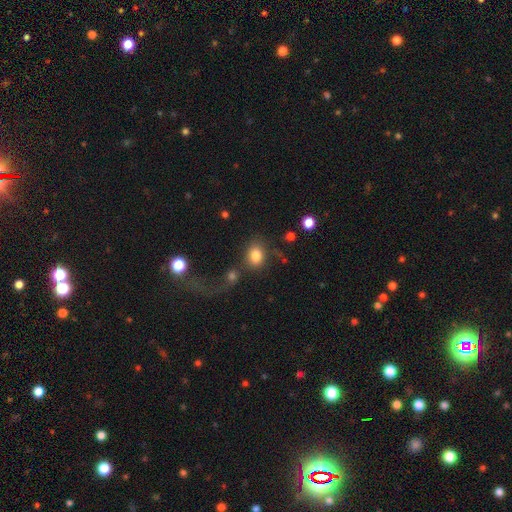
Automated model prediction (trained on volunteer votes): A smooth galaxy with no disk features (81%) that is in between round and cigar-shaped (56%).

Vote fractions:
- Smooth or featured? smooth: 81% / featured or disk: 9% / star or artifact: 9%
- How rounded? in between: 56% / round: 43% / cigar-shaped: 1%
- Merging? none: 53% / merger: 19% / major disturbance: 15% / minor disturbance: 14%